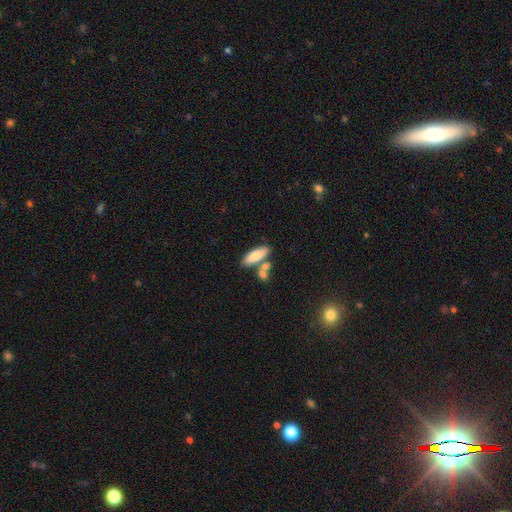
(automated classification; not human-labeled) The model was most divided on "merging": none: 56%, merger: 28%, minor disturbance: 12%, major disturbance: 4%. More confident: smooth or featured — smooth (82%); how rounded — in between (64%).